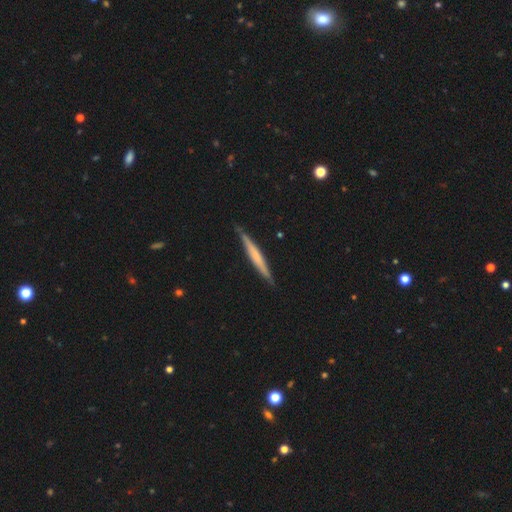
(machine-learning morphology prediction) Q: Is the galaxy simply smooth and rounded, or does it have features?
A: featured or disk — 51%.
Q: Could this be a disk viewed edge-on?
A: yes — 97%.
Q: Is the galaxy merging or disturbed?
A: none — 88%.